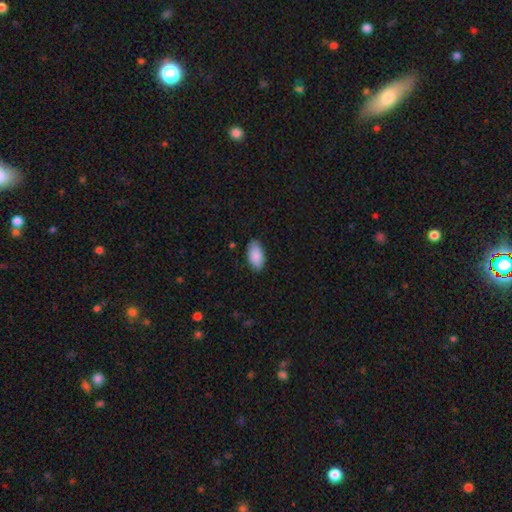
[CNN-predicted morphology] Q: Smooth or featured?
A: smooth (88%); runner-up: star or artifact (6%)
Q: How rounded?
A: in between (94%); runner-up: cigar-shaped (4%)
Q: Merging?
A: none (86%); runner-up: minor disturbance (11%)